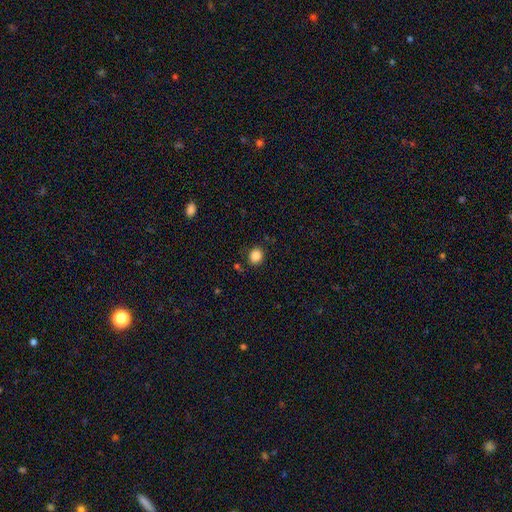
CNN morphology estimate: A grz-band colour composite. It shows a smooth galaxy with no disk features (86%) that is round (72%). Merging: none (85%).